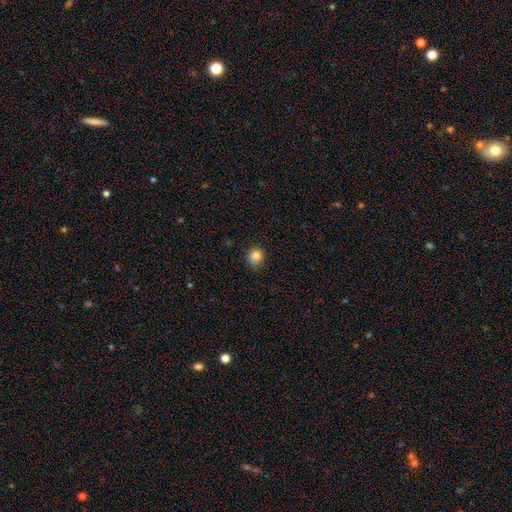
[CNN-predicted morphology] smooth 84%, star or artifact 11%, featured or disk 5%. Down the decision tree: how rounded — round (80%); merging — none (73%).